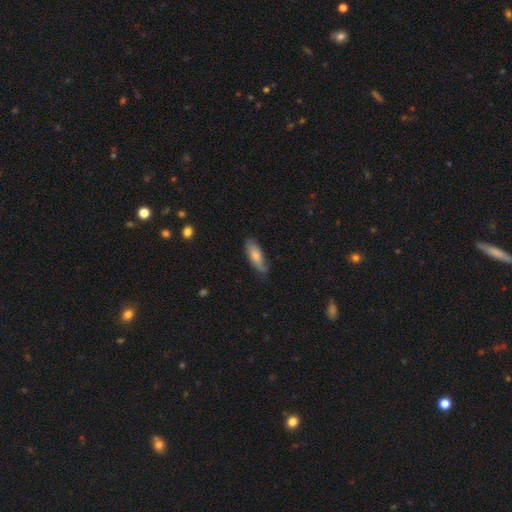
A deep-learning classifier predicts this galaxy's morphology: smooth-or-featured: smooth: 72% | featured or disk: 22% | star or artifact: 6%
  how-rounded: in between: 65% | cigar-shaped: 33% | round: 2%
  merging: none: 70% | minor disturbance: 24% | major disturbance: 5% | merger: 2%